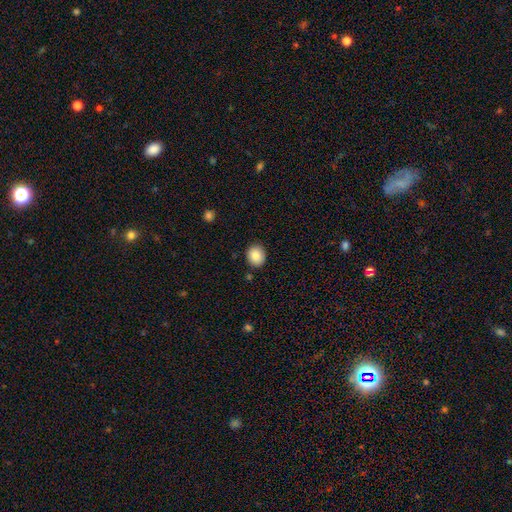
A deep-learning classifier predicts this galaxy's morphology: Smooth or featured: smooth — 86% (star or artifact — 8%)
How rounded: round — 71% (in between — 28%)
Merging: none — 88% (minor disturbance — 8%)